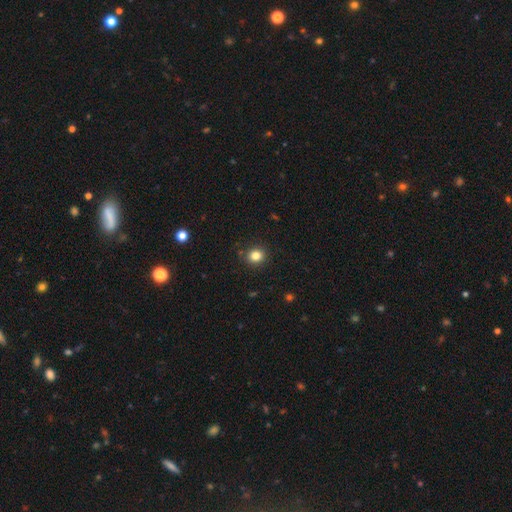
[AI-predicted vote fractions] Smooth or featured? smooth (82%)
How rounded? round (81%)
Merging? none (89%)